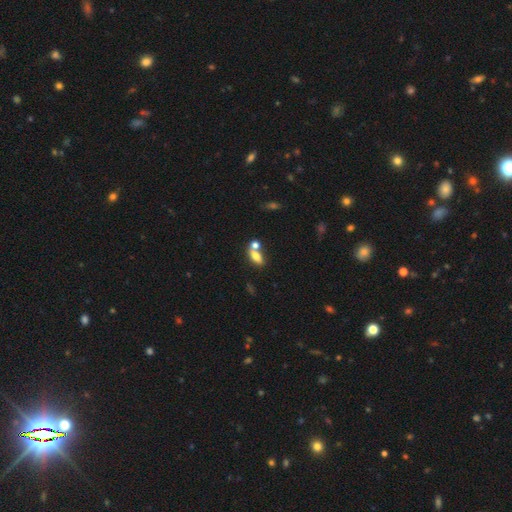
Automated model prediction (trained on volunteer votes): smooth-or-featured: smooth: 73% | featured or disk: 17% | star or artifact: 10%
  how-rounded: in between: 79% | cigar-shaped: 11% | round: 10%
  merging: none: 42% (tied) | merger: 42% (tied) | minor disturbance: 10% | major disturbance: 5%